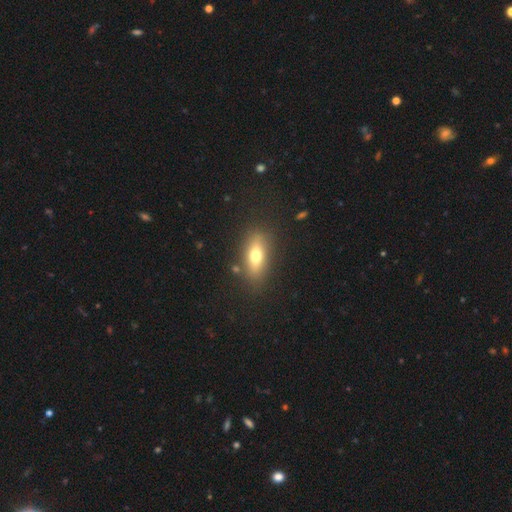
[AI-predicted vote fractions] Q: Smooth or featured?
A: smooth (65%); runner-up: featured or disk (26%)
Q: How rounded?
A: in between (71%); runner-up: cigar-shaped (23%)
Q: Merging?
A: none (83%); runner-up: minor disturbance (11%)